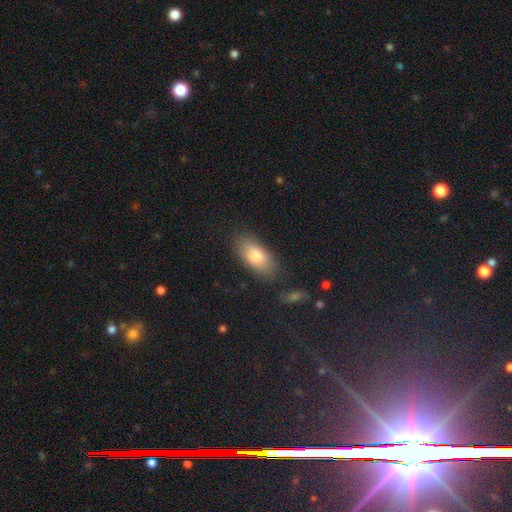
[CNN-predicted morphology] This is clearly a smooth galaxy (81%). How rounded: clearly in between (89%). Merging: likely none (80%).